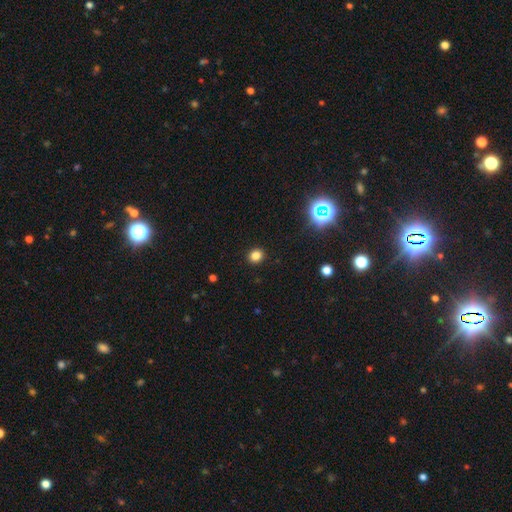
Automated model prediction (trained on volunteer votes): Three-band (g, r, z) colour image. It shows a smooth galaxy with no disk features (81%) that is round (74%). Merging: none (92%).